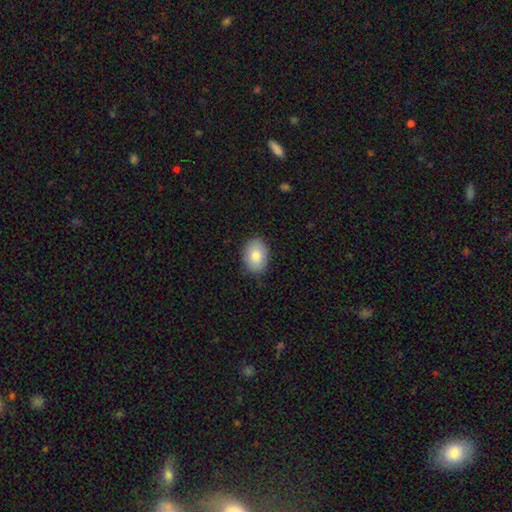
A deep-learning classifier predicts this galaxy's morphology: A smooth galaxy with no disk features (85%) that is in between round and cigar-shaped (82%). Merging: none (86%).